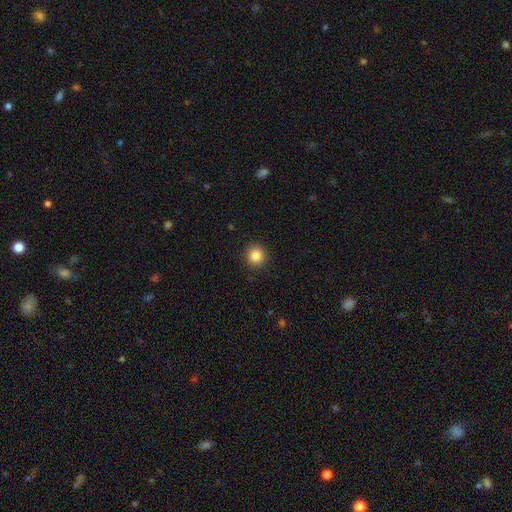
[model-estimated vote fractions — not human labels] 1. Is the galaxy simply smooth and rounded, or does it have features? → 86% smooth, 10% star or artifact, 4% featured or disk.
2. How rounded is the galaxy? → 94% round, 5% in between, 1% cigar-shaped.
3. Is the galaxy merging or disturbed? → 92% none, 5% minor disturbance, 2% major disturbance, 1% merger.